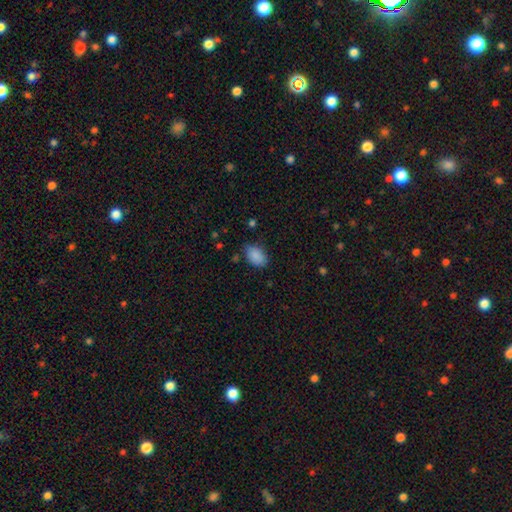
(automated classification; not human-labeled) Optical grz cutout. It shows a smooth galaxy with no disk features (88%) that is in between round and cigar-shaped (87%). Merging: none (75%).